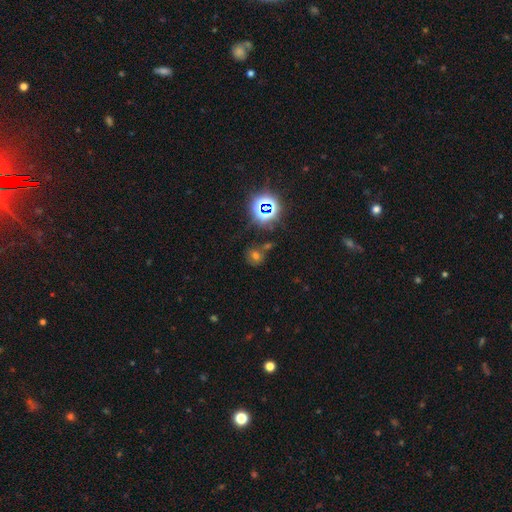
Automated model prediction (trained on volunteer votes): This appears to be a smooth galaxy with no disk features (49%). Merging: none (68%).